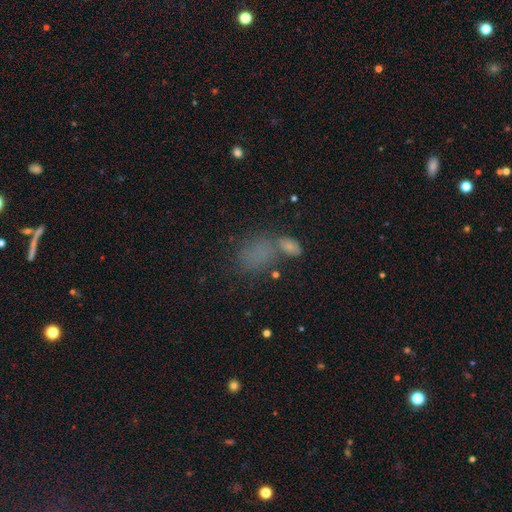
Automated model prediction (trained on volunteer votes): The model was most divided on "merging": none: 34%, merger: 33%, major disturbance: 17%, minor disturbance: 16%. More confident: how rounded — in between (78%); smooth or featured — smooth (65%).